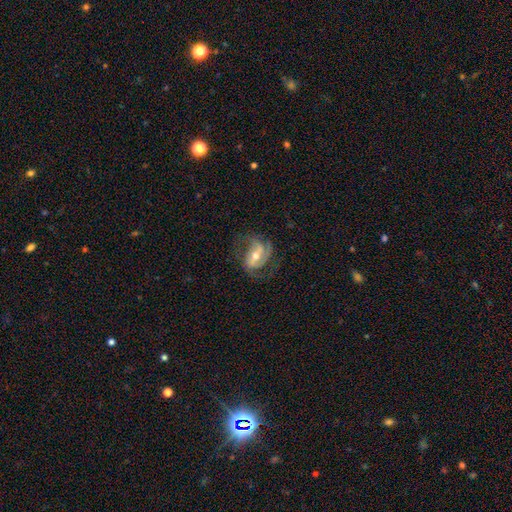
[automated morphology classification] Q: Smooth or featured?
A: featured or disk (83%); runner-up: smooth (11%)
Q: Edge-on disk?
A: no (97%); runner-up: yes (3%)
Q: Bar?
A: weak (40%); runner-up: strong (35%)
Q: Spiral arms?
A: yes (95%); runner-up: no (5%)
Q: Spiral winding?
A: medium (48%); runner-up: loose (27%)
Q: Spiral arm count?
A: 2 (59%); runner-up: 3 (21%)
Q: Bulge size?
A: moderate (66%); runner-up: small (27%)
Q: Merging?
A: none (62%); runner-up: minor disturbance (20%)